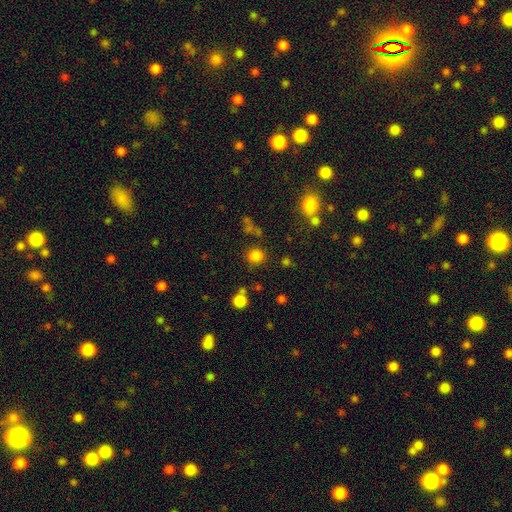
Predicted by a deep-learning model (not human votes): Morphology: type=smooth (79%); roundness=round (87%); merging=none (79%).